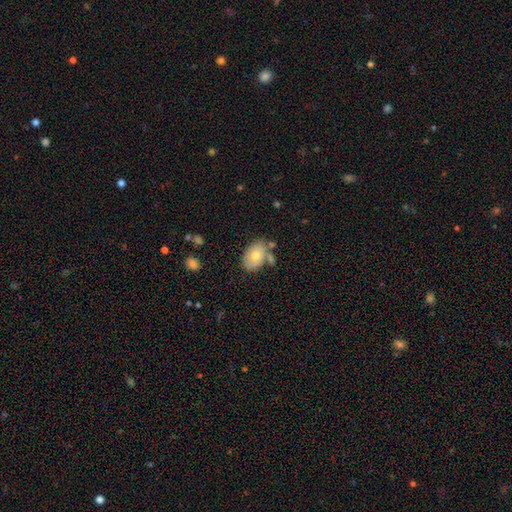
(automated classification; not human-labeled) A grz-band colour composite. It shows a smooth galaxy with no disk features (69%) that is in between round and cigar-shaped (86%). Merging: none (66%).